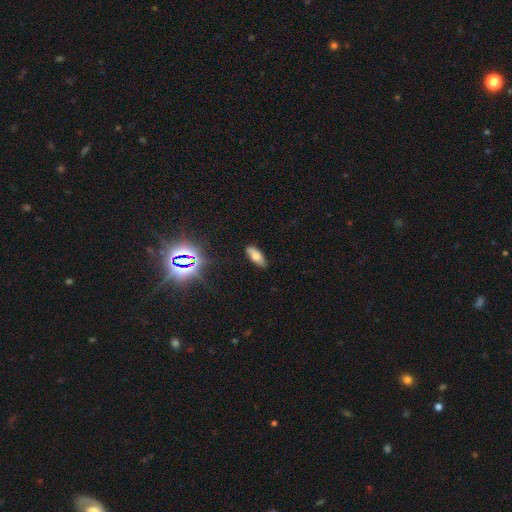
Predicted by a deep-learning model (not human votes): A smooth galaxy with no disk features (70%) that is in between round and cigar-shaped (78%).

Vote fractions:
- Smooth or featured? smooth: 70% / star or artifact: 15% / featured or disk: 15%
- How rounded? in between: 78% / cigar-shaped: 19% / round: 3%
- Merging? none: 82% / minor disturbance: 14% / major disturbance: 3% / merger: 1%